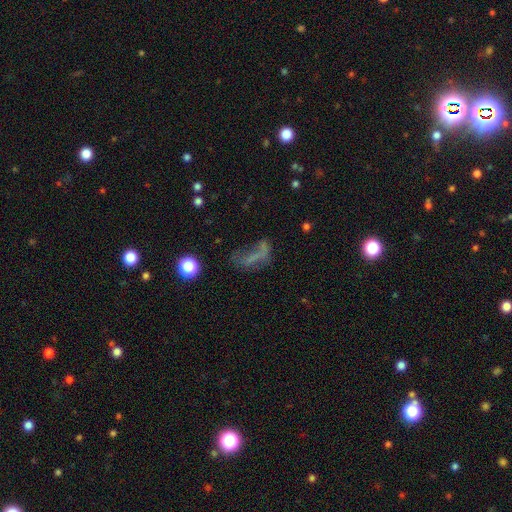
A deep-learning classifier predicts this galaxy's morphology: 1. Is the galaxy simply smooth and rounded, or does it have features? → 42% smooth, 32% featured or disk, 25% star or artifact.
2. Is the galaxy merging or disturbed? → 39% major disturbance, 34% none, 17% minor disturbance, 10% merger.